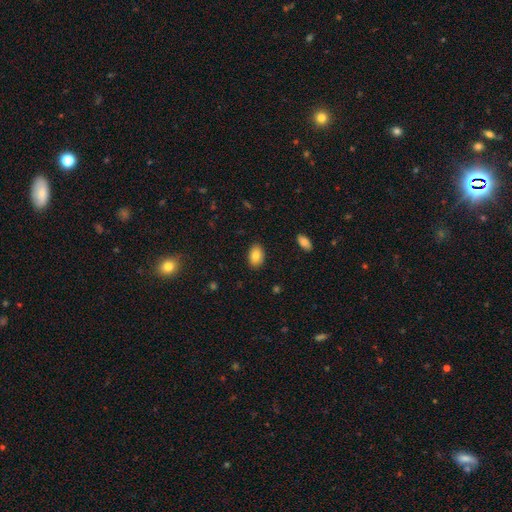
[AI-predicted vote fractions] Smooth or featured? smooth (82%)
How rounded? in between (88%)
Merging? none (87%)